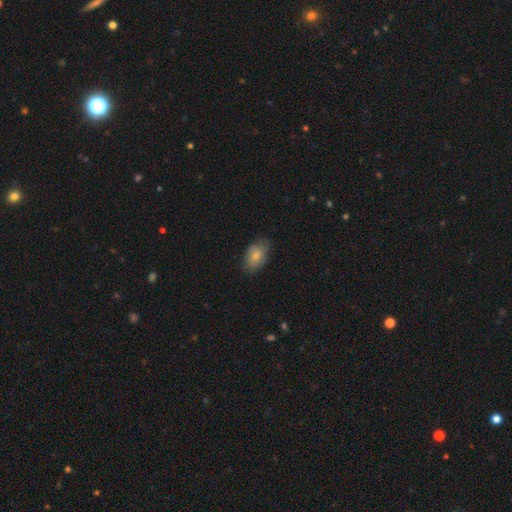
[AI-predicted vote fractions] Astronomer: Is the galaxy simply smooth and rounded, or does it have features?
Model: smooth — 72%.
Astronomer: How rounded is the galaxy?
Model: in between — 88%.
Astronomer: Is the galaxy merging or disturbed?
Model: none — 66%.